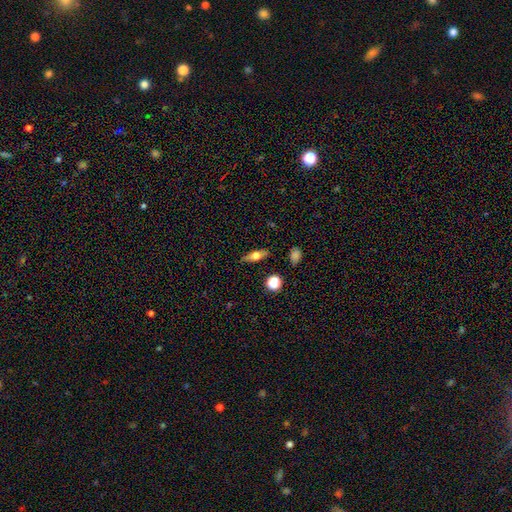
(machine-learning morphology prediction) Smooth or featured: smooth — 54% (featured or disk — 37%)
How rounded: in between — 56% (cigar-shaped — 35%)
Merging: none — 84% (minor disturbance — 11%)